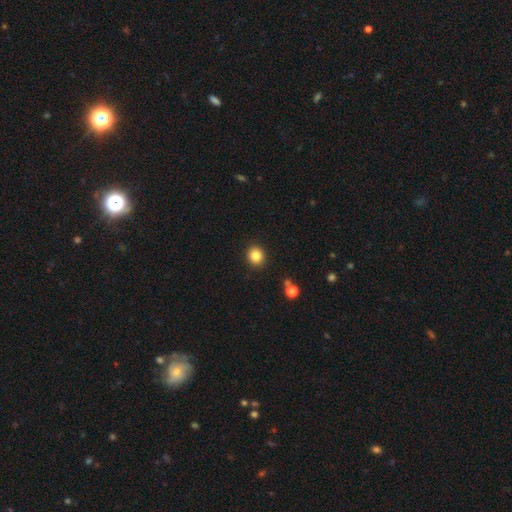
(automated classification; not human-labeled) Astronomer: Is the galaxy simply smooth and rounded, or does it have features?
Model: smooth — 84%.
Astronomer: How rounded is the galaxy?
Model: round — 85%.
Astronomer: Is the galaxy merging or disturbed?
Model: none — 91%.